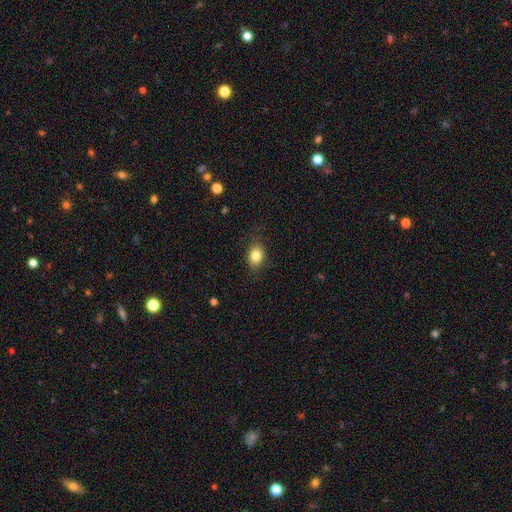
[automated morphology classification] A smooth galaxy with no disk features (83%) that is in between round and cigar-shaped (67%).

Vote fractions:
- Smooth or featured? smooth: 83% / star or artifact: 9% / featured or disk: 8%
- How rounded? in between: 67% / round: 32% / cigar-shaped: 1%
- Merging? none: 80% / minor disturbance: 15% / major disturbance: 4% / merger: 1%